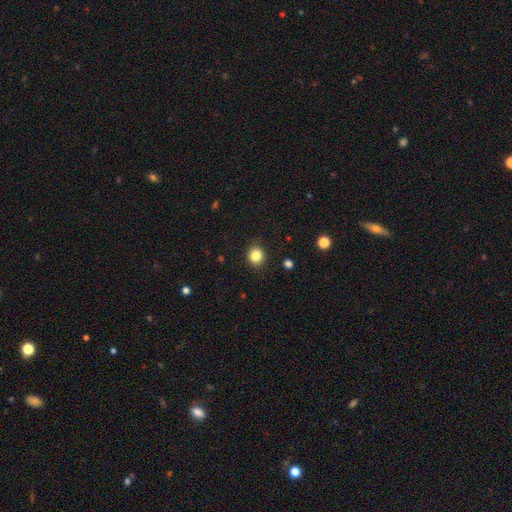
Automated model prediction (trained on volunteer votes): A smooth galaxy with no disk features (84%) that is round (82%). Merging: none (90%).